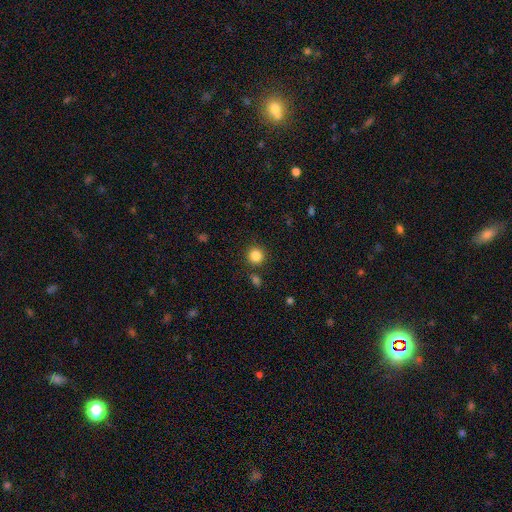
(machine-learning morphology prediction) A smooth galaxy with no disk features (85%) that is round (93%).

Vote fractions:
- Smooth or featured? smooth: 85% / star or artifact: 11% / featured or disk: 4%
- How rounded? round: 93% / in between: 6% / cigar-shaped: 1%
- Merging? none: 87% / minor disturbance: 6% / merger: 4% / major disturbance: 2%